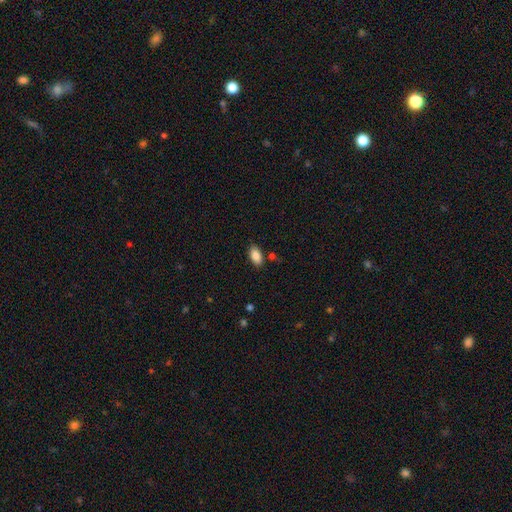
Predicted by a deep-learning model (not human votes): Smooth or featured? Predicted: smooth (p=0.87). How rounded? Predicted: in between (p=0.93). Merging? Predicted: none (p=0.82).